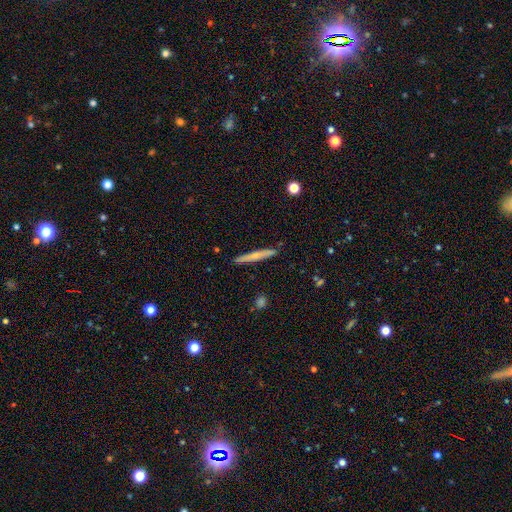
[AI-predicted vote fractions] Morphology: type=featured or disk (49%); merging=none (90%).